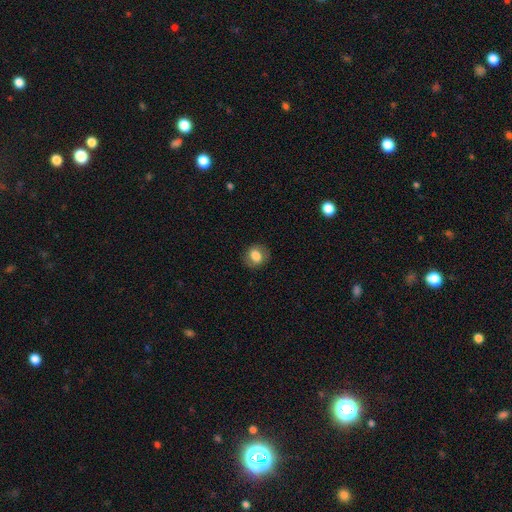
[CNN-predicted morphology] smooth 78%, featured or disk 14%, star or artifact 8%. Down the decision tree: how rounded — round (59%); merging — none (84%).